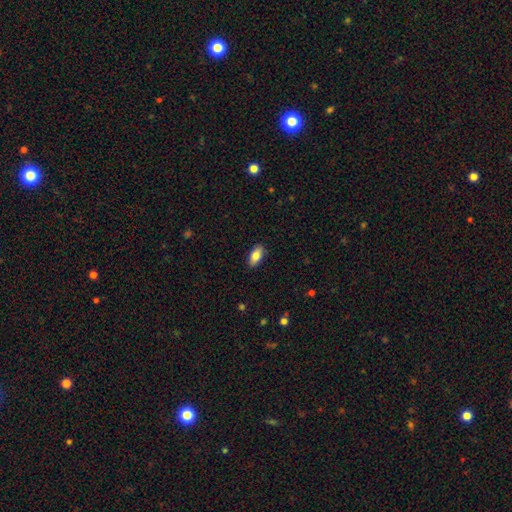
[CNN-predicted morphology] Smooth or featured? smooth (83%)
How rounded? in between (91%)
Merging? none (89%)